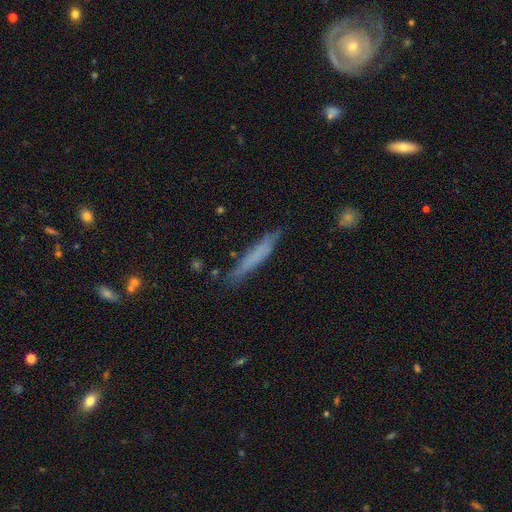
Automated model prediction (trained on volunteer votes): smooth-or-featured: smooth: 65% | featured or disk: 28% | star or artifact: 7%
  how-rounded: cigar-shaped: 94% | in between: 5% | round: 1%
  merging: none: 83% | minor disturbance: 13% | major disturbance: 3% | merger: 2%